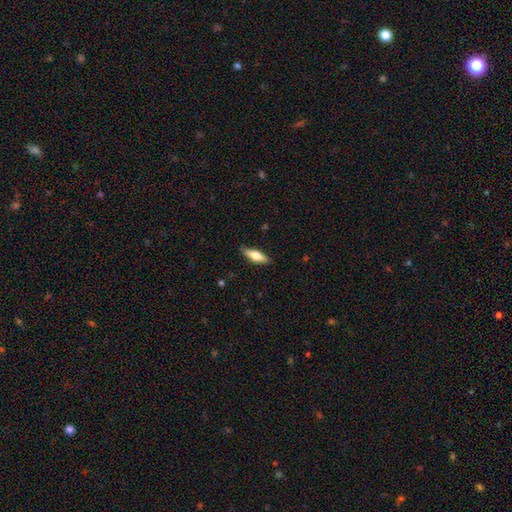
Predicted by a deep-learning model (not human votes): Smooth or featured? Predicted: smooth (p=0.57). How rounded? Predicted: in between (p=0.50). Merging? Predicted: none (p=0.86).